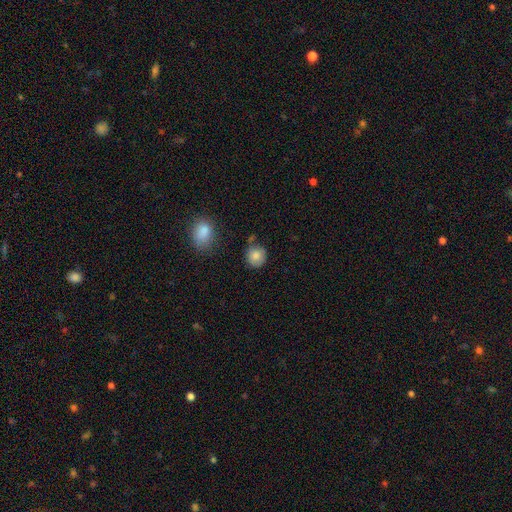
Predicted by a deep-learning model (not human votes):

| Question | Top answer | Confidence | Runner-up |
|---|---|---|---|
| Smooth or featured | smooth | 83% | star or artifact (9%) |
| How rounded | round | 86% | in between (13%) |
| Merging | none | 74% | minor disturbance (16%) |